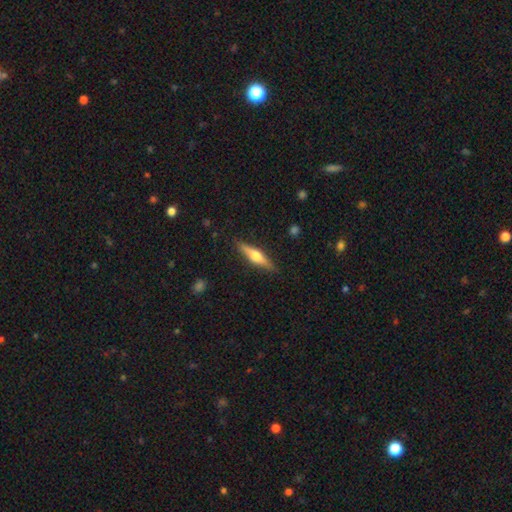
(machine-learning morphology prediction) Smooth or featured?
  - featured or disk: 54% *
  - smooth: 41%
  - star or artifact: 6%
Edge-on disk?
  - yes: 95% *
  - no: 5%
Edge-on bulge?
  - rounded: 90% *
  - boxy: 6%
  - none: 4%
Merging?
  - none: 88% *
  - minor disturbance: 9%
  - major disturbance: 2%
  - merger: 1%